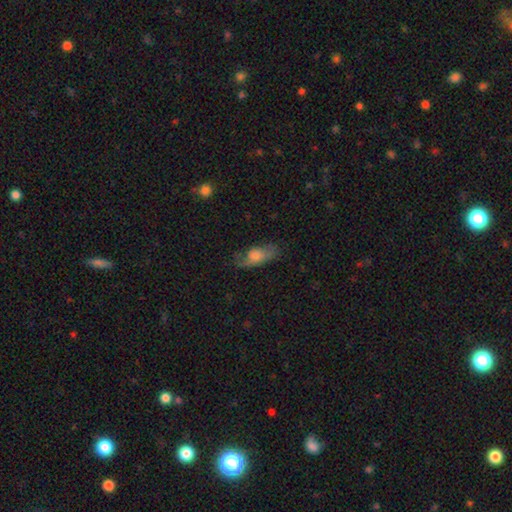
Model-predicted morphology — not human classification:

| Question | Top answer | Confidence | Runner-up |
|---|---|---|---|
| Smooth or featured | smooth | 59% | featured or disk (32%) |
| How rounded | in between | 73% | cigar-shaped (22%) |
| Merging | none | 59% | minor disturbance (27%) |